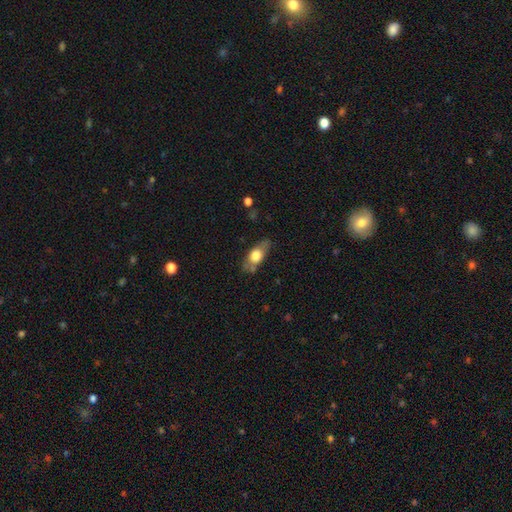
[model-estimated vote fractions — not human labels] Morphology: type=smooth (65%); roundness=in between (79%); merging=none (66%).